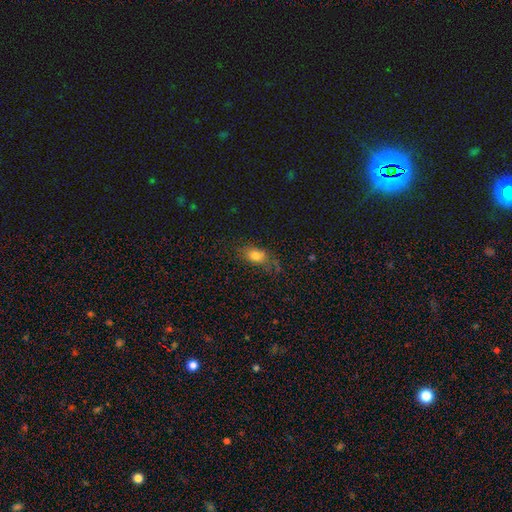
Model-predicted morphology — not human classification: This appears to be a smooth galaxy with no disk features (78%) that is in between round and cigar-shaped (80%). Merging: none (63%).